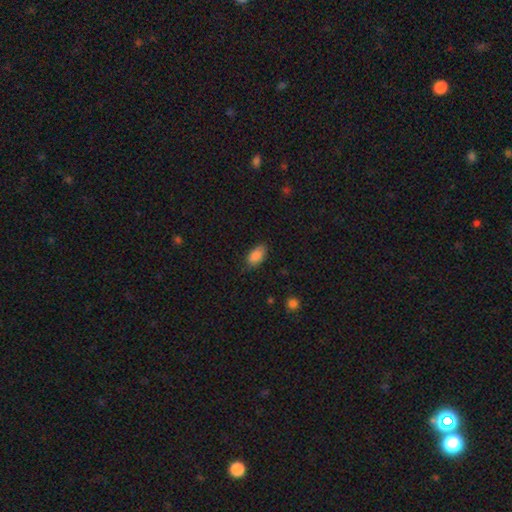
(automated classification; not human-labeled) smooth_or_featured: smooth (p=0.87) [alt: star or artifact p=0.07]
how_rounded: in between (p=0.94) [alt: round p=0.04]
merging: none (p=0.78) [alt: minor disturbance p=0.18]